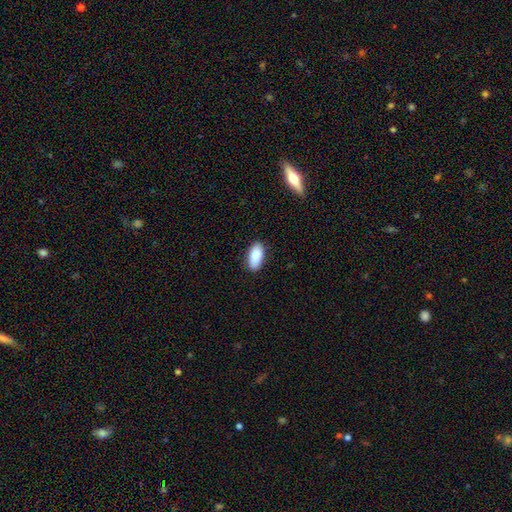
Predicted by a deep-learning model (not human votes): Smooth or featured? Predicted: smooth (p=0.88). How rounded? Predicted: in between (p=0.91). Merging? Predicted: none (p=0.87).